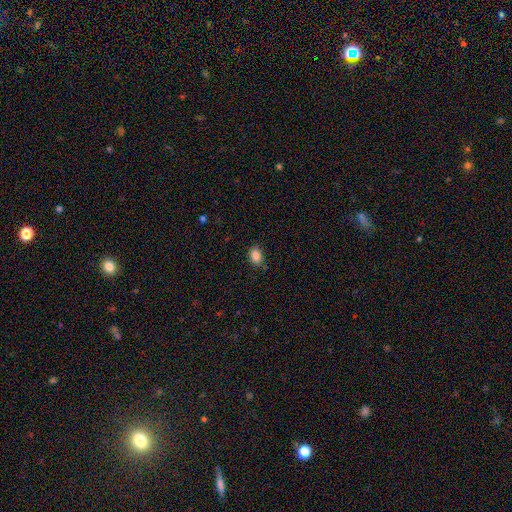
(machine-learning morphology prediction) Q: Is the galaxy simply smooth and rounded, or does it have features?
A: smooth — 86%.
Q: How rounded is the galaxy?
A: in between — 74%.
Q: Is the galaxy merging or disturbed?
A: none — 84%.